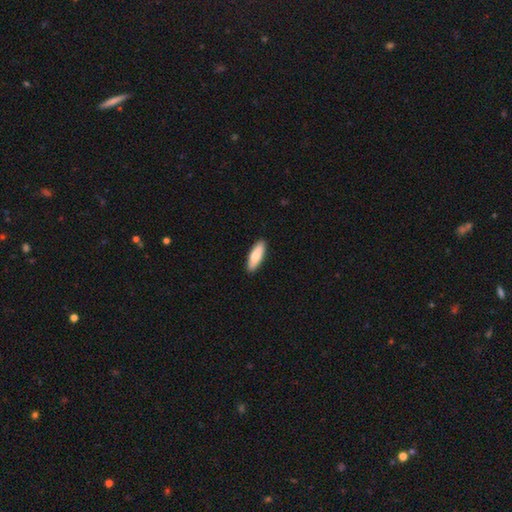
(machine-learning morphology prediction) smooth_or_featured: smooth (p=0.78) [alt: featured or disk p=0.17]
how_rounded: in between (p=0.57) [alt: cigar-shaped p=0.41]
merging: none (p=0.90) [alt: minor disturbance p=0.07]